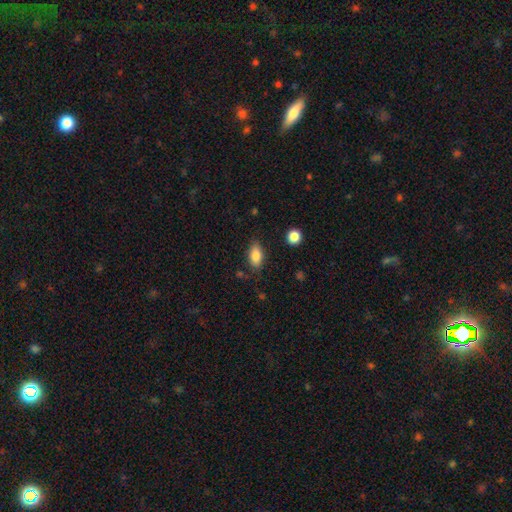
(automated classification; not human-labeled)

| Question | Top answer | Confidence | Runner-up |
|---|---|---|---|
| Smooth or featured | smooth | 84% | featured or disk (8%) |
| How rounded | in between | 89% | cigar-shaped (6%) |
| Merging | none | 78% | minor disturbance (16%) |